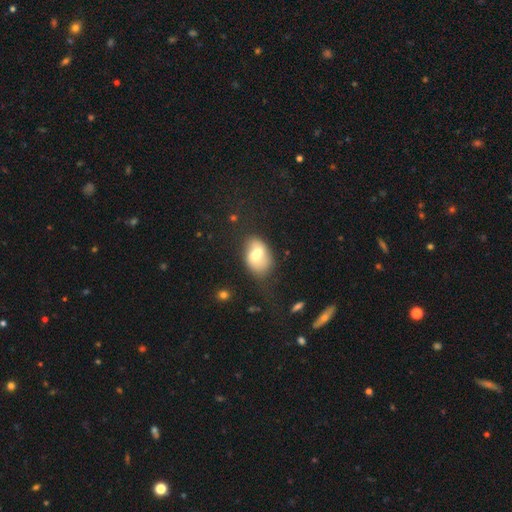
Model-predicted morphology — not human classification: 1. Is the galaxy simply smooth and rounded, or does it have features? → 62% smooth, 29% featured or disk, 8% star or artifact.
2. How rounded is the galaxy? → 79% in between, 19% round, 1% cigar-shaped.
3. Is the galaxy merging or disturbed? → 36% merger, 35% none, 20% minor disturbance, 10% major disturbance.